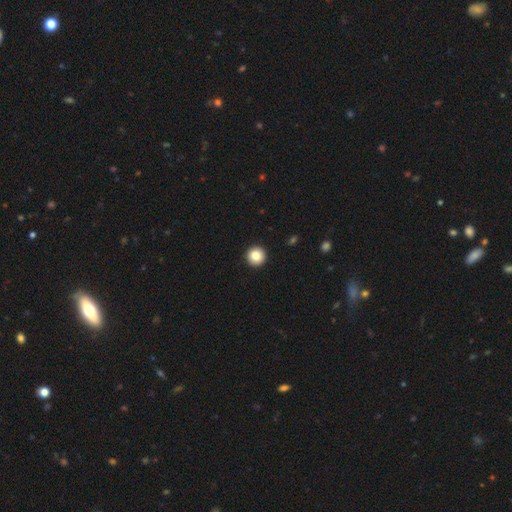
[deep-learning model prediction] smooth-or-featured: smooth: 84% | star or artifact: 9% | featured or disk: 7%
  how-rounded: round: 96% | in between: 3% | cigar-shaped: 1%
  merging: none: 94% | minor disturbance: 4% | major disturbance: 1% | merger: 1%